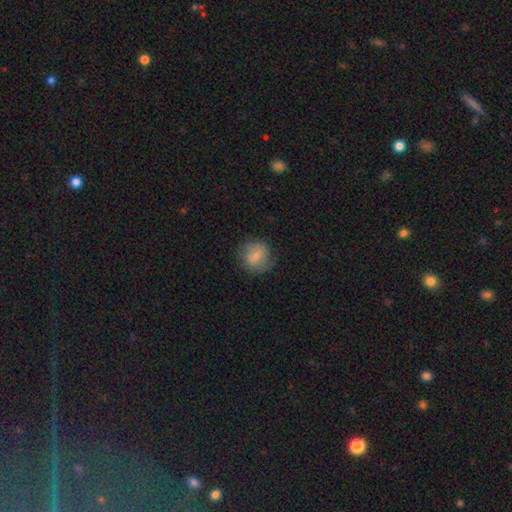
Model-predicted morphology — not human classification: Q: Smooth or featured?
A: smooth (71%); runner-up: featured or disk (21%)
Q: How rounded?
A: round (81%); runner-up: in between (18%)
Q: Merging?
A: none (74%); runner-up: minor disturbance (18%)